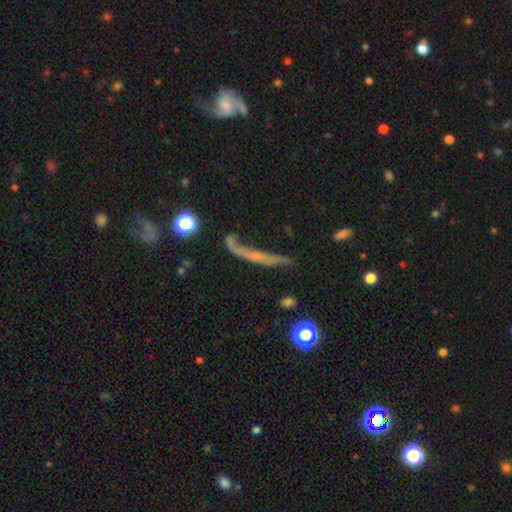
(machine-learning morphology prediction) Smooth or featured: featured or disk — 50% (smooth — 29%)
Merging: none — 53% (minor disturbance — 19%)